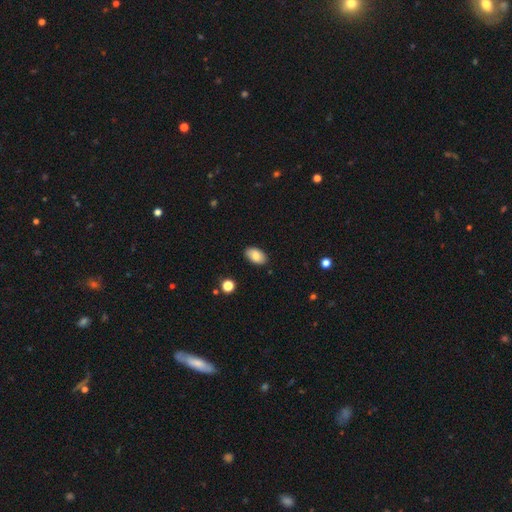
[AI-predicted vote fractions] Smooth or featured? smooth (82%)
How rounded? in between (93%)
Merging? none (87%)